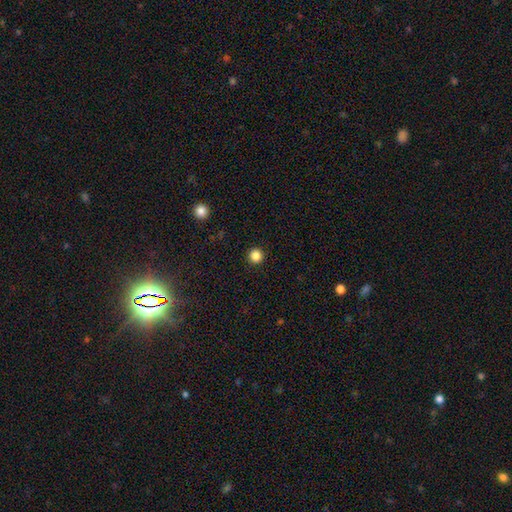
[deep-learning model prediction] Q: Smooth or featured?
A: smooth (85%); runner-up: star or artifact (12%)
Q: How rounded?
A: round (95%); runner-up: in between (4%)
Q: Merging?
A: none (93%); runner-up: minor disturbance (4%)